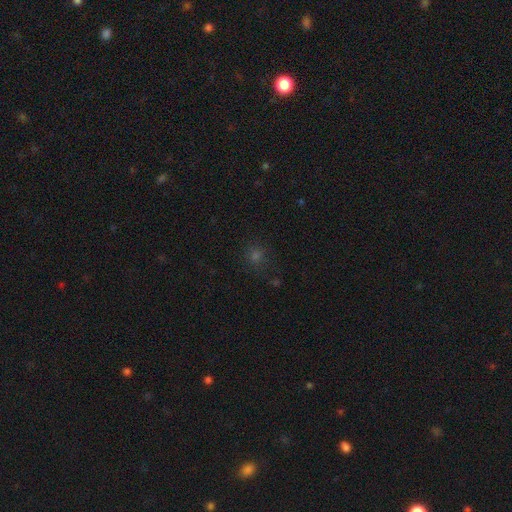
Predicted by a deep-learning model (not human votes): The model was most divided on "smooth or featured": smooth: 58%, star or artifact: 35%, featured or disk: 8%. More confident: how rounded — round (88%); merging — none (83%).